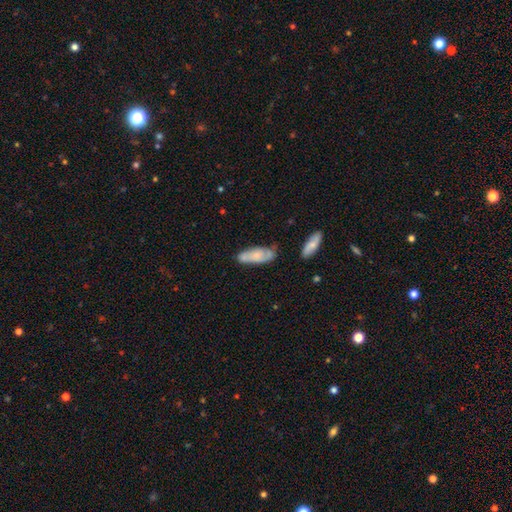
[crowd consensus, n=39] smooth_or_featured: smooth (p=0.54) [alt: featured or disk p=0.44]
how_rounded: in between (p=0.81) [alt: cigar-shaped p=0.19]
merging: none (p=0.71) [alt: minor disturbance p=0.24]